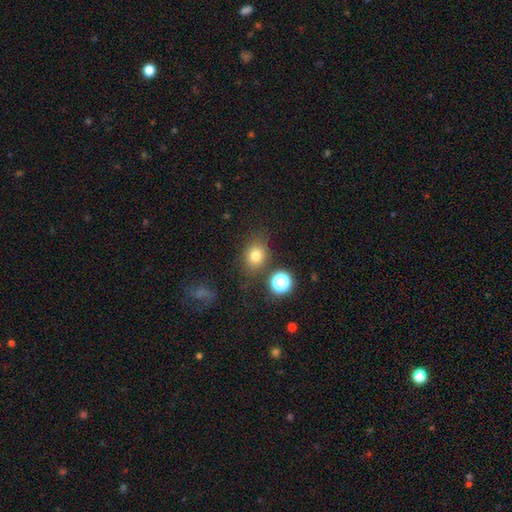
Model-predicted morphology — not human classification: smooth 76%, star or artifact 15%, featured or disk 9%. Down the decision tree: how rounded — round (50%); merging — none (76%).